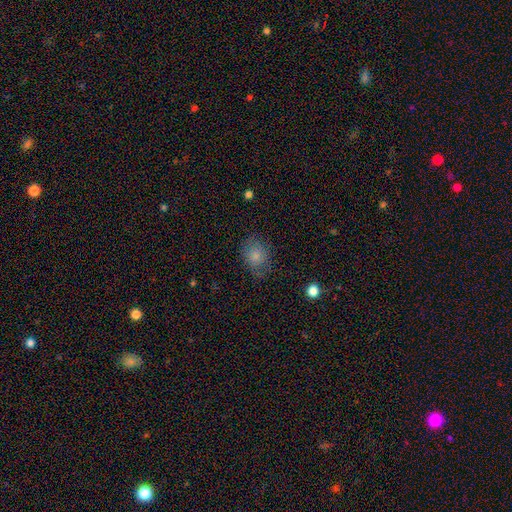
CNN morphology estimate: Smooth or featured?
  - smooth: 78% *
  - featured or disk: 13%
  - star or artifact: 9%
How rounded?
  - round: 52% *
  - in between: 47%
  - cigar-shaped: 1%
Merging?
  - none: 69% *
  - minor disturbance: 22%
  - major disturbance: 8%
  - merger: 1%